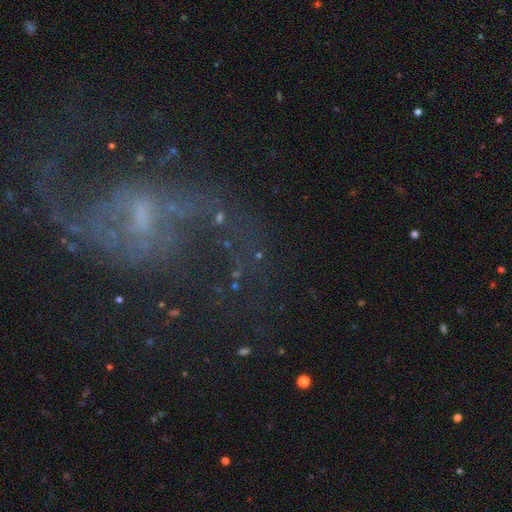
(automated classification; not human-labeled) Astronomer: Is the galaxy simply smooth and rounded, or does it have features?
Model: featured or disk — 44% (runner-up: star or artifact, 35%).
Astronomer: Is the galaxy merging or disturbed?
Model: none — 39% (runner-up: major disturbance, 38%).